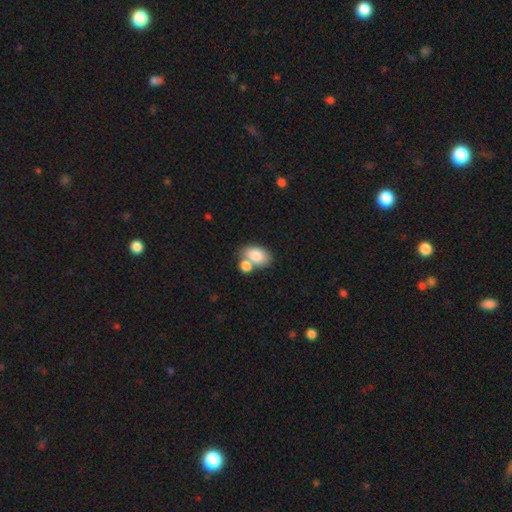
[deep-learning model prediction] Overall: smooth (82%). How rounded: in between (89%). Merging: merger (43%; none 42%).